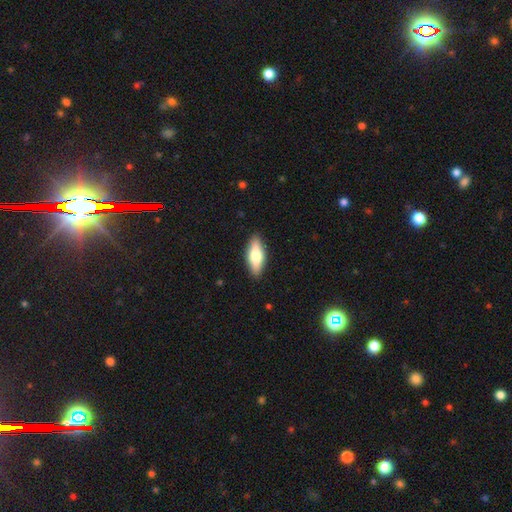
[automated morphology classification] Smooth or featured? Predicted: smooth (p=0.66). How rounded? Predicted: in between (p=0.69). Merging? Predicted: none (p=0.89).